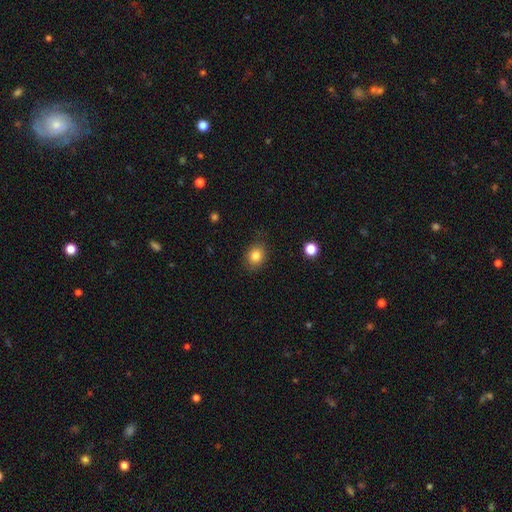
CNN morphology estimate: Smooth or featured?
  - smooth: 83% *
  - star or artifact: 11%
  - featured or disk: 7%
How rounded?
  - round: 60% *
  - in between: 39%
  - cigar-shaped: 1%
Merging?
  - none: 82% *
  - minor disturbance: 13%
  - major disturbance: 3%
  - merger: 1%